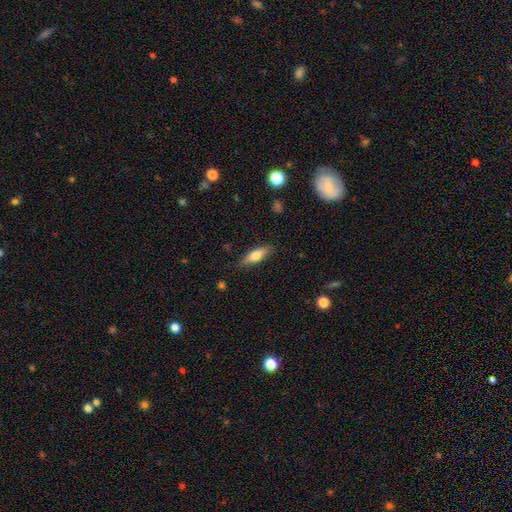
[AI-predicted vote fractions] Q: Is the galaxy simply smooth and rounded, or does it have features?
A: smooth — 64%.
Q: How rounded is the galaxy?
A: in between — 53%.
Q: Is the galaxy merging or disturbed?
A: none — 85%.